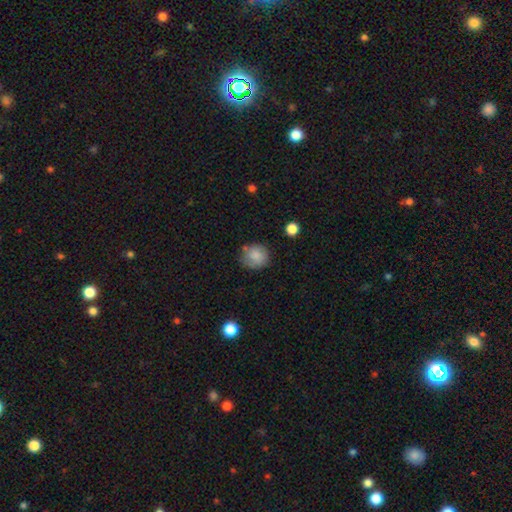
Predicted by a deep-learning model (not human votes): Overall: smooth (84%). How rounded: round (86%). Merging: none (73%).